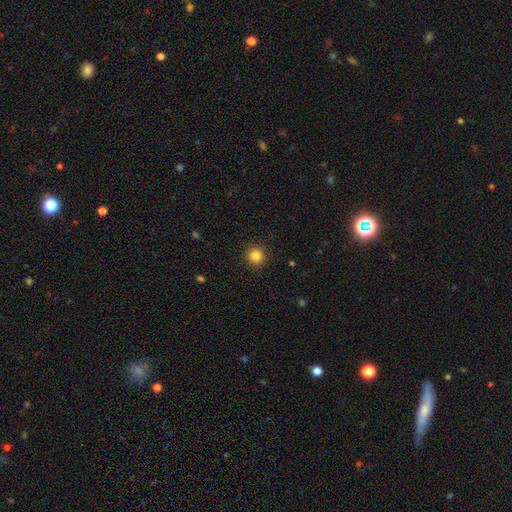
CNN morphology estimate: A smooth galaxy with no disk features (84%) that is round (94%). Merging: none (92%).